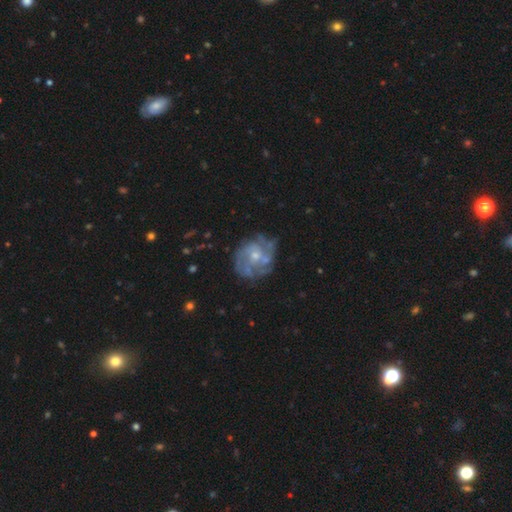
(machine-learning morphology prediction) smooth_or_featured: featured or disk (p=0.82) [alt: smooth p=0.12]
disk_edge_on: no (p=0.98) [alt: yes p=0.02]
bar: no (p=0.74) [alt: weak p=0.22]
has_spiral_arms: yes (p=0.87) [alt: no p=0.13]
spiral_winding: tight (p=0.52) [alt: medium p=0.37]
spiral_arm_count: can't tell (p=0.35) [alt: 3 p=0.23]
bulge_size: small (p=0.49) [alt: moderate p=0.45]
merging: none (p=0.67) [alt: minor disturbance p=0.19]